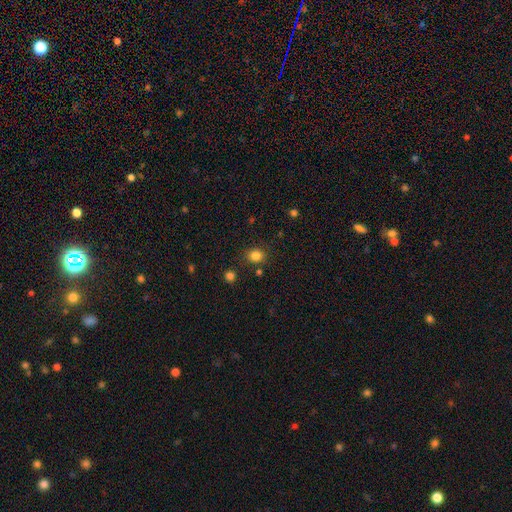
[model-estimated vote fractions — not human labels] Smooth or featured? smooth (82%)
How rounded? round (69%)
Merging? none (83%)